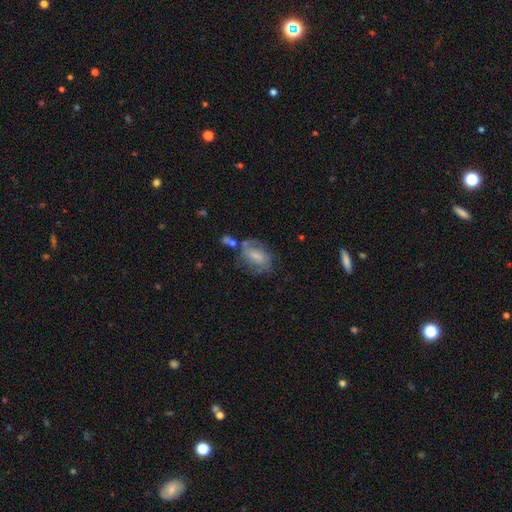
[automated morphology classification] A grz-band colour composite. It shows a featured or disk galaxy (53%) with a weak bar (45%), spiral arms (71%) and a small central bulge (44%). Merging: none (46%).